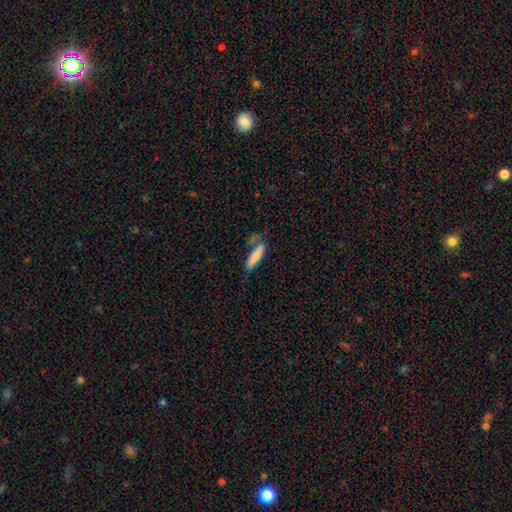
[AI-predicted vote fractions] Smooth or featured? smooth (79%)
How rounded? cigar-shaped (78%)
Merging? none (52%)